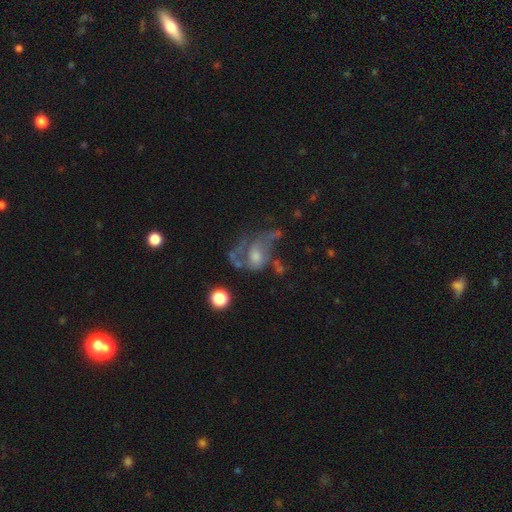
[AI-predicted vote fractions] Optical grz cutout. It shows a featured or disk galaxy (63%) with no bar (70%), spiral arms (61%) and a moderate central bulge (45%). Merging: major disturbance (43%).